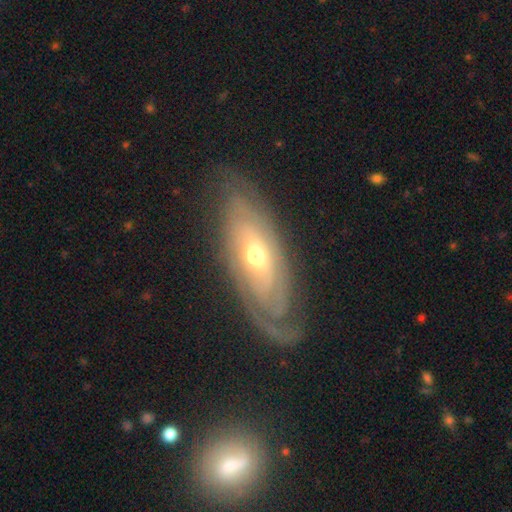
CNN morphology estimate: smooth-or-featured: featured or disk: 81% | smooth: 13% | star or artifact: 6%
  disk-edge-on: no: 84% | yes: 16%
    bar: no: 63% | weak: 27% | strong: 10%
    has-spiral-arms: yes: 86% | no: 14%
      spiral-winding: tight: 71% | medium: 21% | loose: 8%
      spiral-arm-count: can't tell: 51% | 2: 25% | 3: 9% | 1: 6% | 4: 5% | more than 4: 4%
    bulge-size: moderate: 62% | small: 31% | large: 5% | dominant: 1% | none: 1%
  merging: none: 73% | minor disturbance: 17% | major disturbance: 8% | merger: 2%